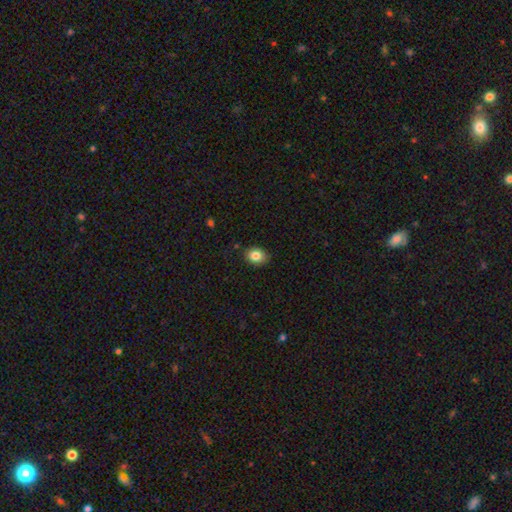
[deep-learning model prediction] smooth-or-featured: smooth: 84% | star or artifact: 9% | featured or disk: 7%
  how-rounded: in between: 58% | round: 41% | cigar-shaped: 1%
  merging: none: 84% | minor disturbance: 12% | major disturbance: 2% | merger: 1%